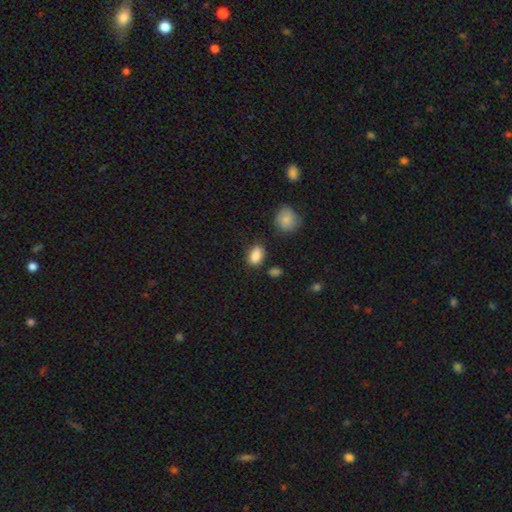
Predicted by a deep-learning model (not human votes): Smooth or featured?
  - smooth: 87% *
  - star or artifact: 9%
  - featured or disk: 4%
How rounded?
  - in between: 86% *
  - round: 12%
  - cigar-shaped: 2%
Merging?
  - none: 75% *
  - minor disturbance: 17%
  - merger: 4%
  - major disturbance: 4%